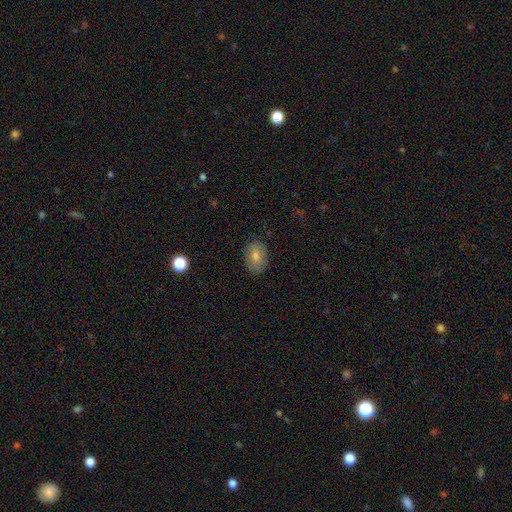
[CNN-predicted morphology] smooth 69%, featured or disk 20%, star or artifact 11%. Down the decision tree: how rounded — in between (81%); merging — none (84%).